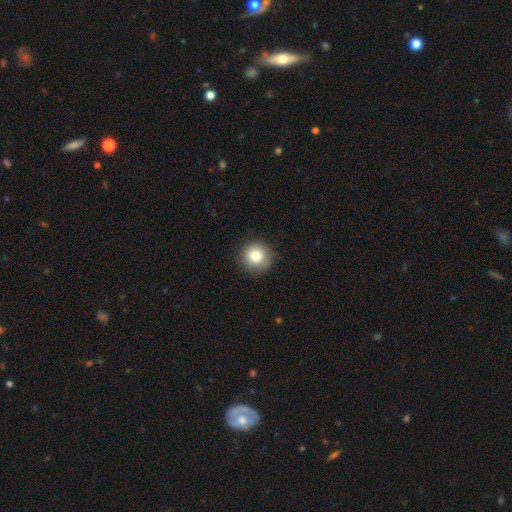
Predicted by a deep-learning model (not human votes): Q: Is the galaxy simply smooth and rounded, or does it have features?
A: smooth — 81%.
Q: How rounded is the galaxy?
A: round — 94%.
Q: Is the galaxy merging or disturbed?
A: none — 88%.